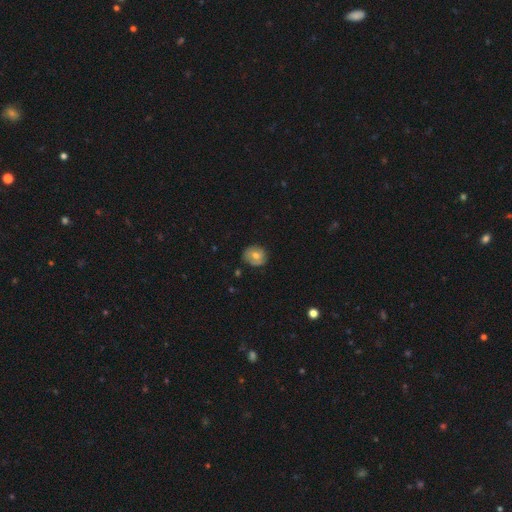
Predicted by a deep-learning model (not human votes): The model was most divided on "smooth or featured": smooth: 54%, featured or disk: 37%, star or artifact: 9%. More confident: how rounded — round (78%); merging — none (74%).